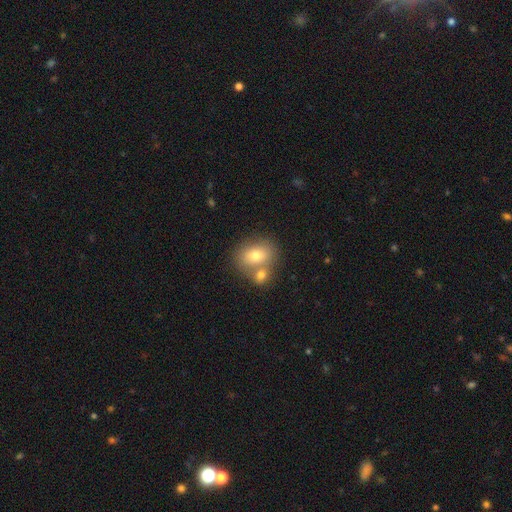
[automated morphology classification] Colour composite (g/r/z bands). It shows a smooth galaxy with no disk features (74%) that is in between round and cigar-shaped (53%). Merging: none (46%).